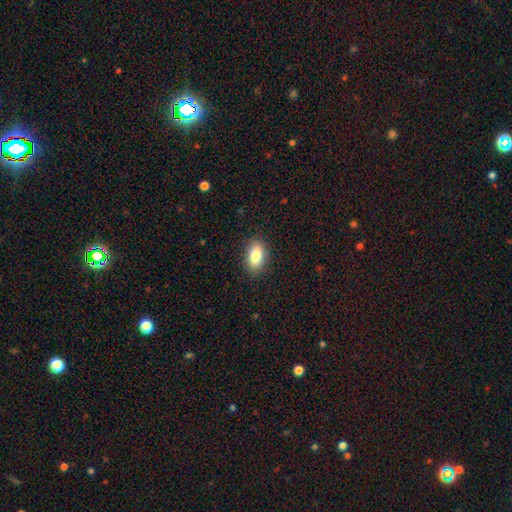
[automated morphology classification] A smooth galaxy with no disk features (83%) that is in between round and cigar-shaped (90%). Merging: none (88%).